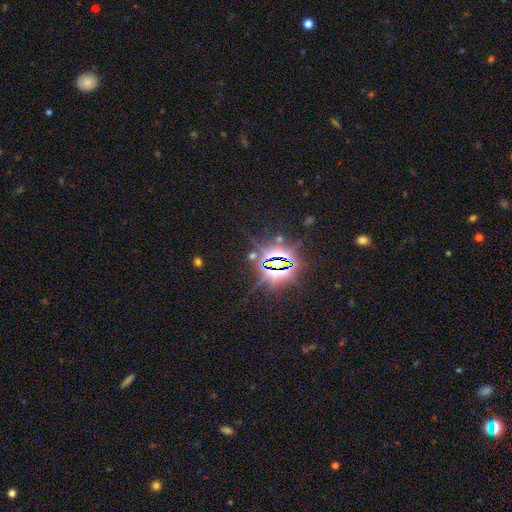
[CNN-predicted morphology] A star or artifact, not a galaxy (85%).

Vote fractions:
- Smooth or featured? star or artifact: 85% / featured or disk: 8% / smooth: 7%